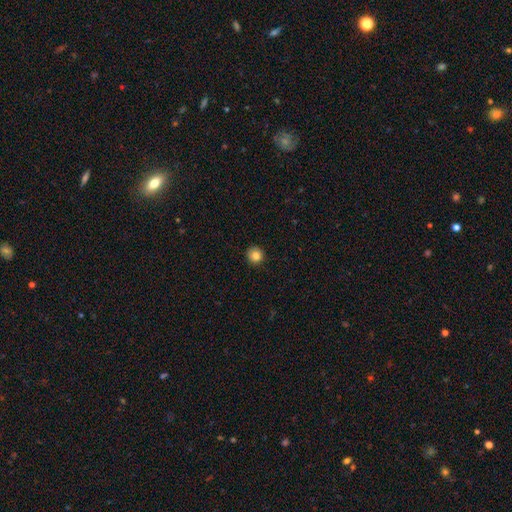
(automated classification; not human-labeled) smooth_or_featured: smooth (p=0.84) [alt: star or artifact p=0.11]
how_rounded: round (p=0.93) [alt: in between p=0.06]
merging: none (p=0.90) [alt: minor disturbance p=0.08]